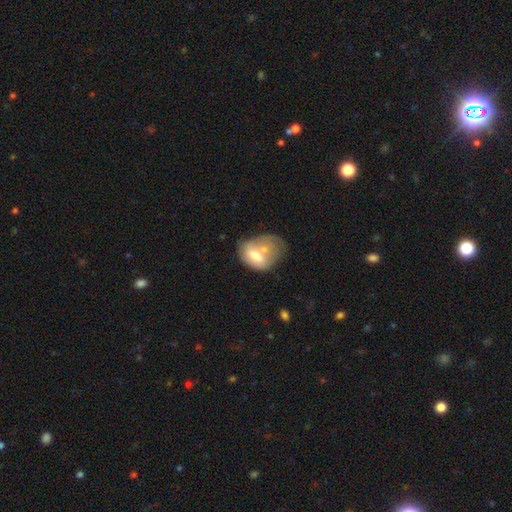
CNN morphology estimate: smooth-or-featured: smooth: 57% | featured or disk: 36% | star or artifact: 7%
  how-rounded: in between: 75% | round: 23% | cigar-shaped: 2%
  merging: merger: 49% | none: 18% | minor disturbance: 17% | major disturbance: 16%